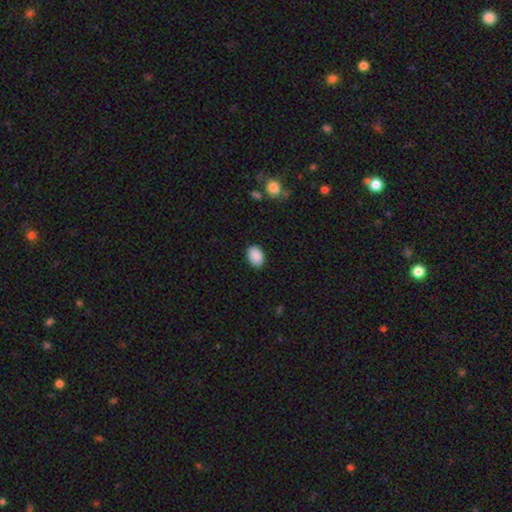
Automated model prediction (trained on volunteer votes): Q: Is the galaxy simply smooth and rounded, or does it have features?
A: smooth — 90%.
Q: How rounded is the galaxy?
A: in between — 79%.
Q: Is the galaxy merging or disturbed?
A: none — 88%.